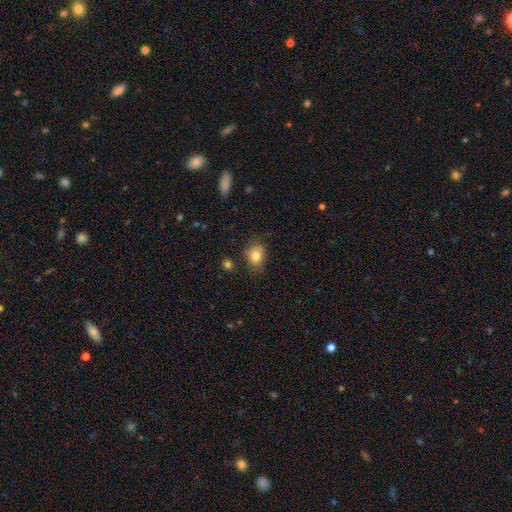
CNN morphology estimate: This appears to be a smooth galaxy with no disk features (82%) that is in between round and cigar-shaped (56%). Merging: none (70%).